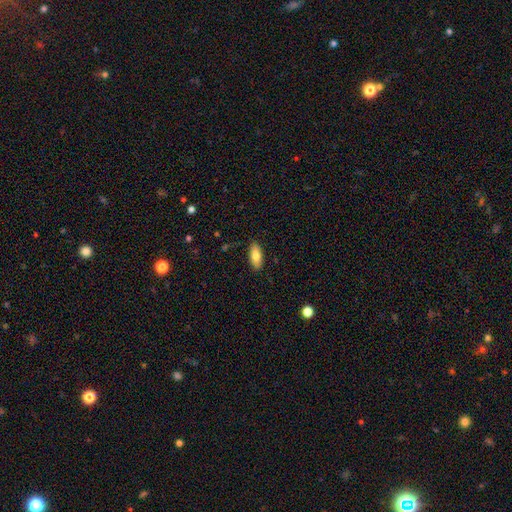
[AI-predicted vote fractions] The model was most divided on "smooth or featured": smooth: 79%, featured or disk: 15%, star or artifact: 6%. More confident: merging — none (88%); how rounded — in between (84%).